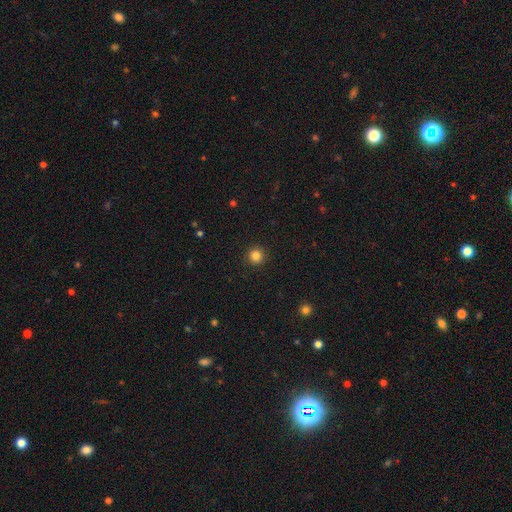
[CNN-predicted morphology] Smooth or featured: smooth — 84% (star or artifact — 12%)
How rounded: round — 95% (in between — 4%)
Merging: none — 93% (minor disturbance — 5%)